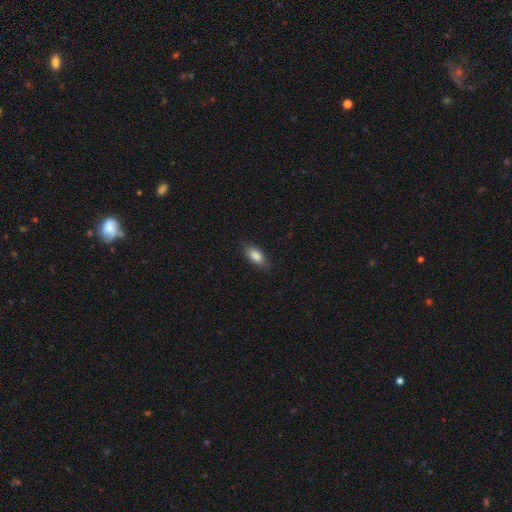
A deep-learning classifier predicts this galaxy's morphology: Smooth or featured: smooth — 86% (featured or disk — 7%)
How rounded: in between — 87% (cigar-shaped — 10%)
Merging: none — 84% (minor disturbance — 13%)